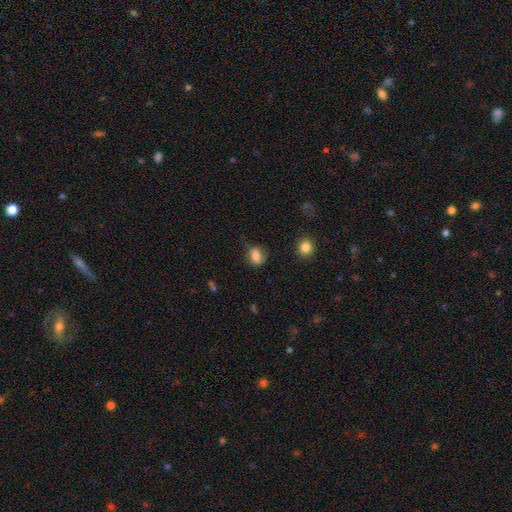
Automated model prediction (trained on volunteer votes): Smooth or featured: smooth — 79% (featured or disk — 11%)
How rounded: in between — 66% (round — 32%)
Merging: none — 62% (minor disturbance — 25%)